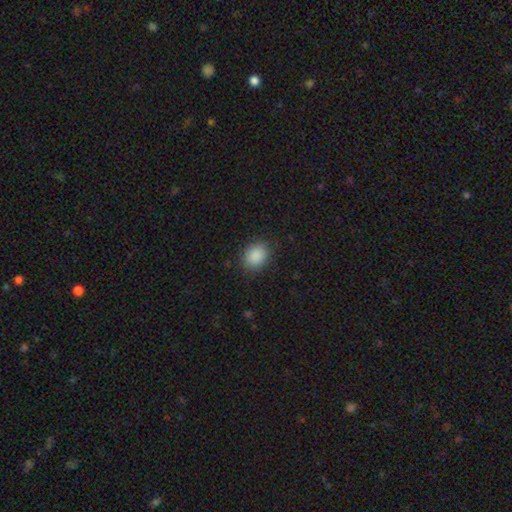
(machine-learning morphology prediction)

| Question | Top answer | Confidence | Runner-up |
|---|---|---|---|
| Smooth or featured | smooth | 88% | star or artifact (9%) |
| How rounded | in between | 52% | round (47%) |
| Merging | none | 87% | minor disturbance (9%) |